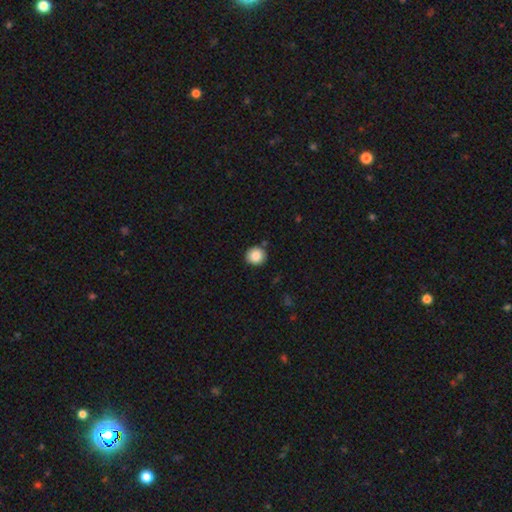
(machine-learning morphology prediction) smooth-or-featured: smooth: 87% | star or artifact: 9% | featured or disk: 5%
  how-rounded: round: 92% | in between: 7% | cigar-shaped: 1%
  merging: none: 86% | minor disturbance: 9% | merger: 3% | major disturbance: 2%